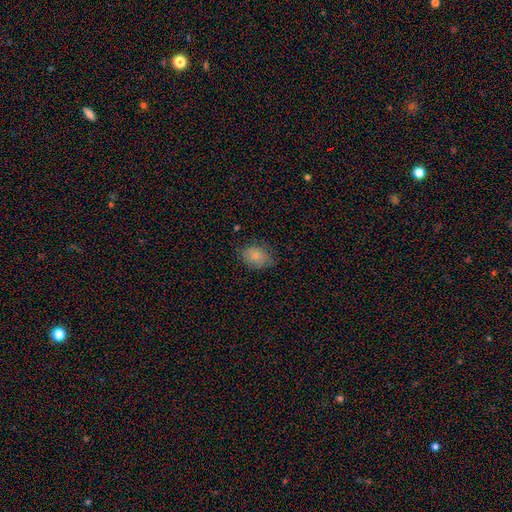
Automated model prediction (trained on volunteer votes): smooth_or_featured: smooth (p=0.82) [alt: featured or disk p=0.09]
how_rounded: in between (p=0.75) [alt: round p=0.24]
merging: none (p=0.74) [alt: minor disturbance p=0.21]